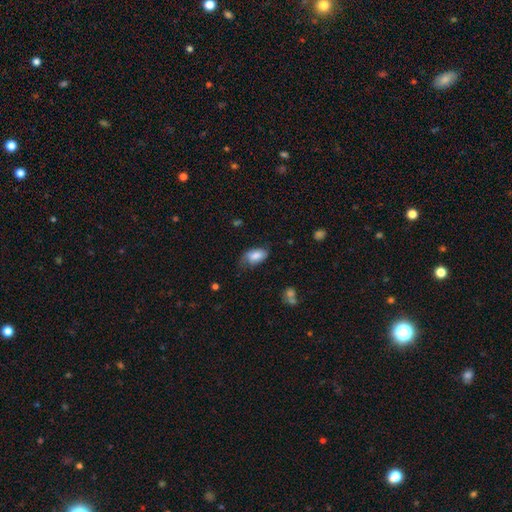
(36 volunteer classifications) Volunteers were most divided on "merging": minor disturbance: 51%, none: 29%, major disturbance: 20%, merger: 0%. More confident: how rounded — in between (89%); smooth or featured — smooth (78%).